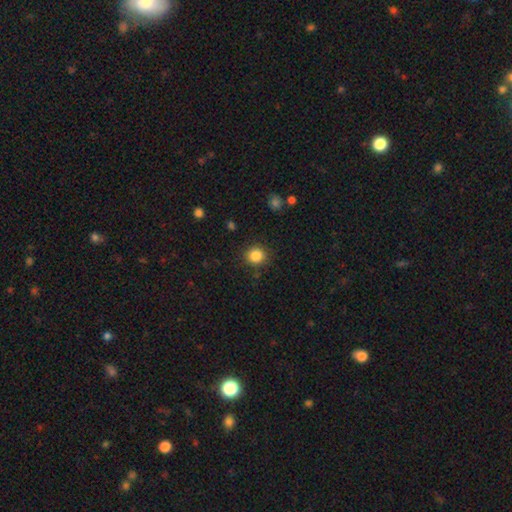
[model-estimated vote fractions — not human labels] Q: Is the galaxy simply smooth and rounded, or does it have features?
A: smooth — 85%.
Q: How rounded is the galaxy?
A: round — 87%.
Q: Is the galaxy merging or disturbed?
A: none — 87%.